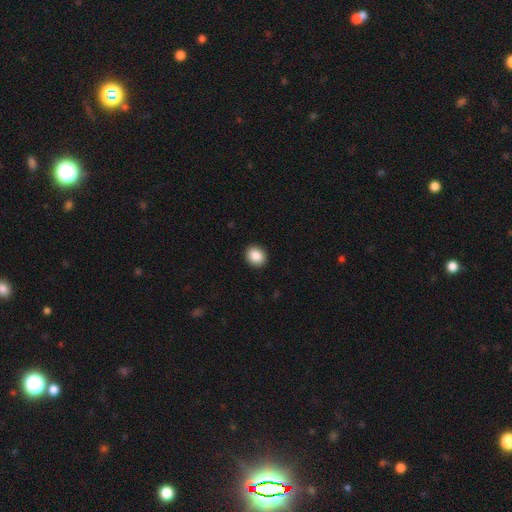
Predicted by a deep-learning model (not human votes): A smooth galaxy with no disk features (87%) that is round (68%). Merging: none (92%).